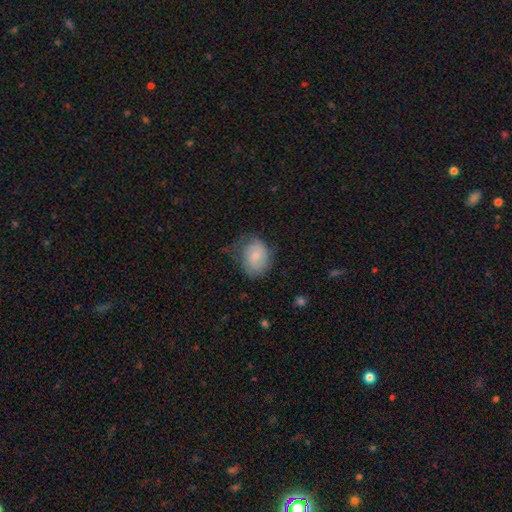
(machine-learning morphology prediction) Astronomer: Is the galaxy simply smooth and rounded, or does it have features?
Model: smooth — 69%.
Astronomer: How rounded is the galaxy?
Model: in between — 50% (runner-up: round, 49%).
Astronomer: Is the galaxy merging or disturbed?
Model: none — 48% (runner-up: minor disturbance, 33%).